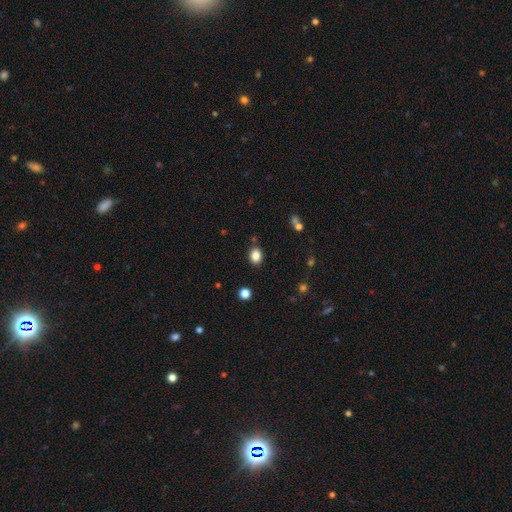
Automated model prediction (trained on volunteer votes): Smooth or featured? smooth (84%)
How rounded? in between (59%)
Merging? none (86%)